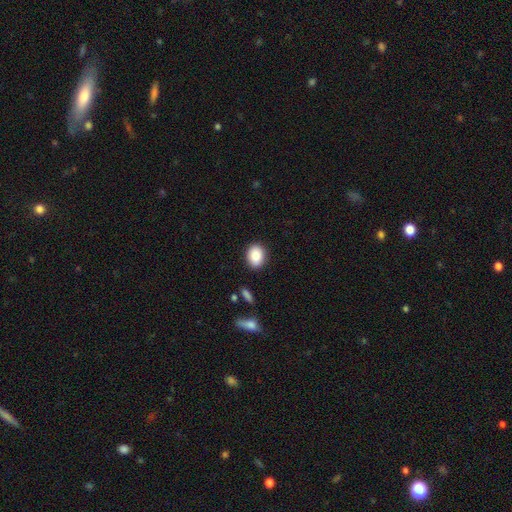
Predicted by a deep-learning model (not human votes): Overall: smooth (88%). How rounded: in between (64%; round 35%). Merging: none (88%).